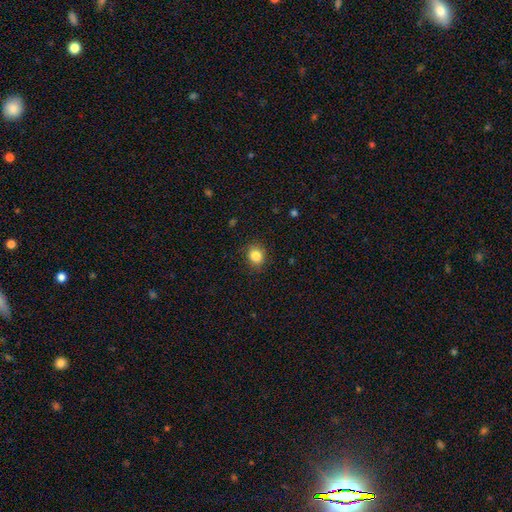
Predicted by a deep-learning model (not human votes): Overall: smooth (84%). How rounded: round (72%). Merging: none (86%).